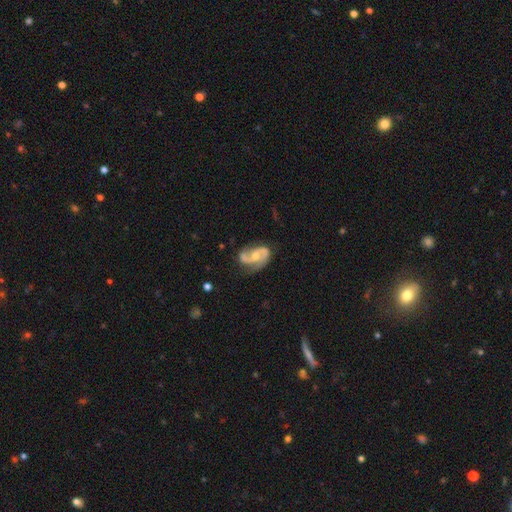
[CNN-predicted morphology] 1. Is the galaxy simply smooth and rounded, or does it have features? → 88% featured or disk, 8% smooth, 5% star or artifact.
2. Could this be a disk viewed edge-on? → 98% no, 2% yes.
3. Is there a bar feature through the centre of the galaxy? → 53% no, 36% weak, 10% strong.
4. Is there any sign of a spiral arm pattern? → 97% yes, 3% no.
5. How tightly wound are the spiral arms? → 50% medium, 33% loose, 16% tight.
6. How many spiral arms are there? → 92% 2, 3% can't tell, 2% 1, 1% 3, 1% 4, 1% more than 4.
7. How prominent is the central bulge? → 62% moderate, 30% small, 4% large, 3% none, 1% dominant.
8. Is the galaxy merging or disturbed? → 71% none, 20% minor disturbance, 7% major disturbance, 2% merger.